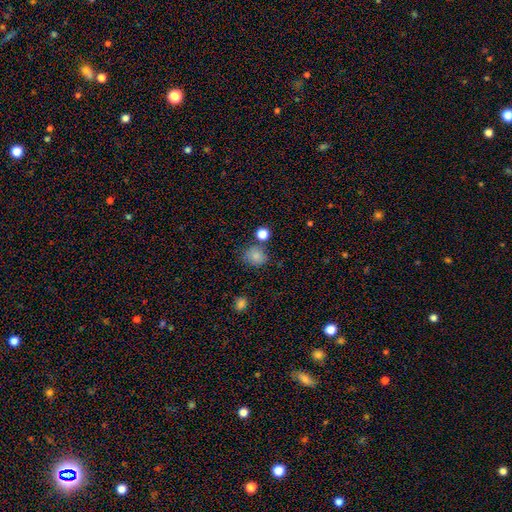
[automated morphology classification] Q: Smooth or featured?
A: smooth (83%); runner-up: star or artifact (12%)
Q: How rounded?
A: round (73%); runner-up: in between (26%)
Q: Merging?
A: none (73%); runner-up: minor disturbance (14%)